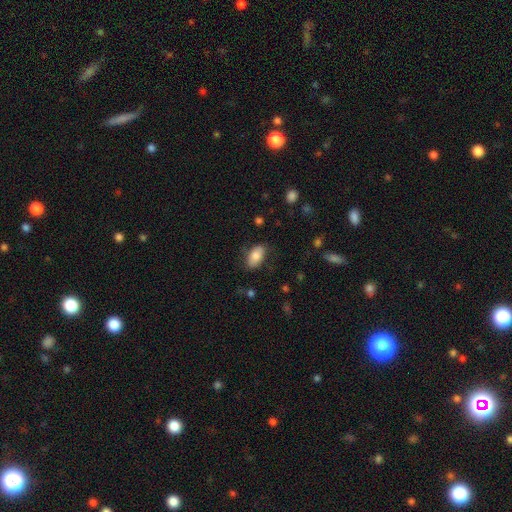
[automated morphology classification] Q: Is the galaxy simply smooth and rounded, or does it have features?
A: smooth — 81%.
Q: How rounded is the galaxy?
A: in between — 94%.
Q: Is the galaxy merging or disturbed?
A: none — 78%.